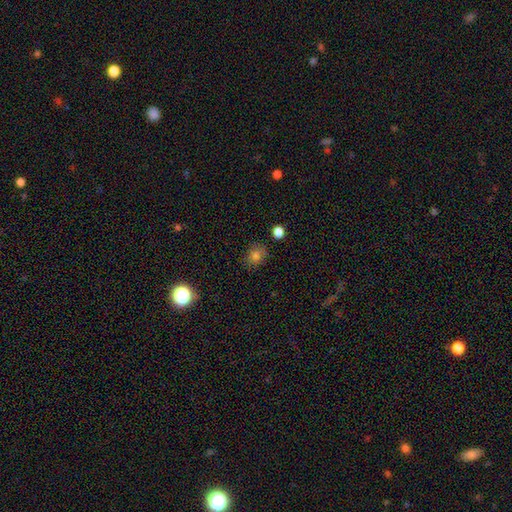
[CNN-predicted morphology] Smooth or featured? smooth (77%)
How rounded? round (62%)
Merging? none (81%)